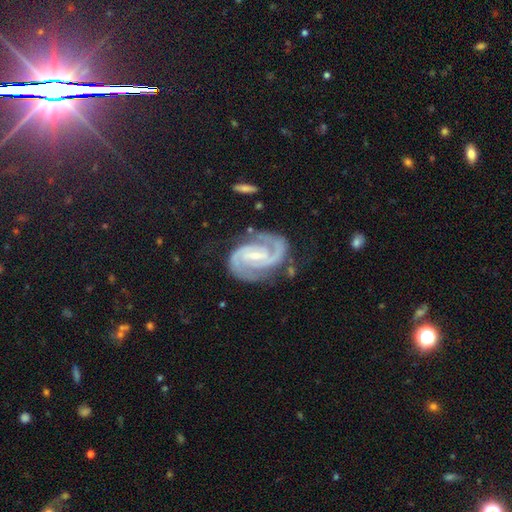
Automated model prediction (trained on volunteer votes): Morphology: type=featured or disk (92%); edge-on=no (98%); bar=weak (46%); spiral arms=yes (99%); winding=medium (50%); arm count=2 (93%); bulge=small (69%); merging=none (75%).